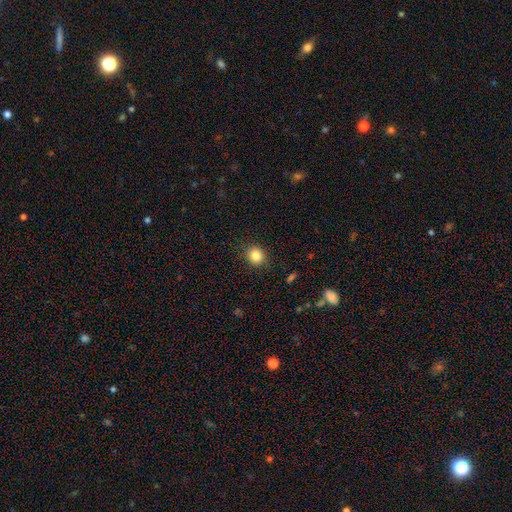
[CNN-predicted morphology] smooth_or_featured: smooth (p=0.83) [alt: star or artifact p=0.11]
how_rounded: round (p=0.84) [alt: in between p=0.15]
merging: none (p=0.90) [alt: minor disturbance p=0.07]